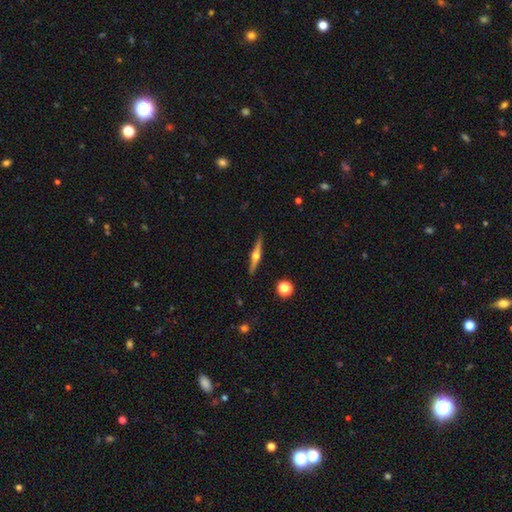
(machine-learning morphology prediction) This appears to be a featured or disk galaxy (76%) viewed edge-on (98%) with a rounded central bulge (96%). Merging: none (91%).